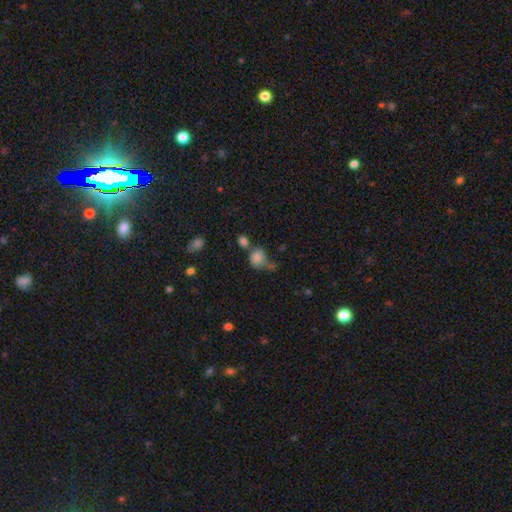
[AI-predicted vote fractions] Smooth or featured?
  - smooth: 71% *
  - star or artifact: 19%
  - featured or disk: 11%
How rounded?
  - round: 65% *
  - in between: 34%
  - cigar-shaped: 2%
Merging?
  - none: 39% *
  - merger: 24%
  - minor disturbance: 20%
  - major disturbance: 18%